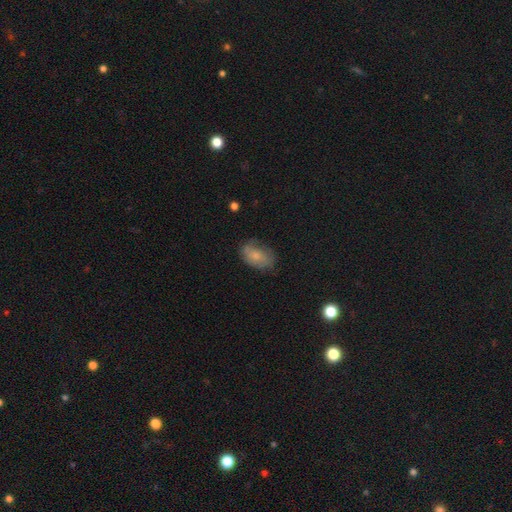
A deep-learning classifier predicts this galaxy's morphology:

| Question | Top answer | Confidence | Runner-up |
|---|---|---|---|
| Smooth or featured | smooth | 65% | featured or disk (27%) |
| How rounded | in between | 87% | round (11%) |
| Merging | none | 59% | minor disturbance (28%) |